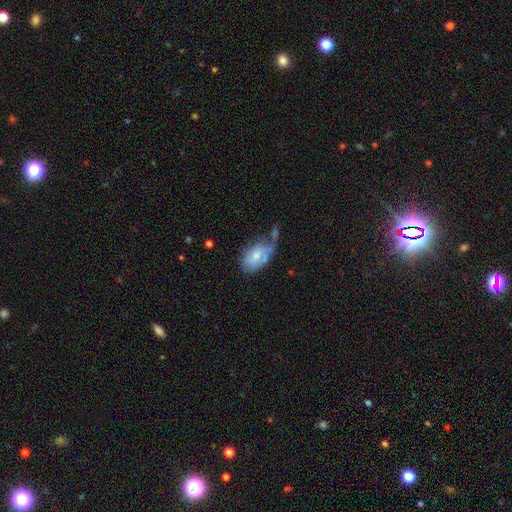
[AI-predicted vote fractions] Overall: smooth (59%; featured or disk 34%). How rounded: in between (90%). Merging: none (31%, tied with minor disturbance).